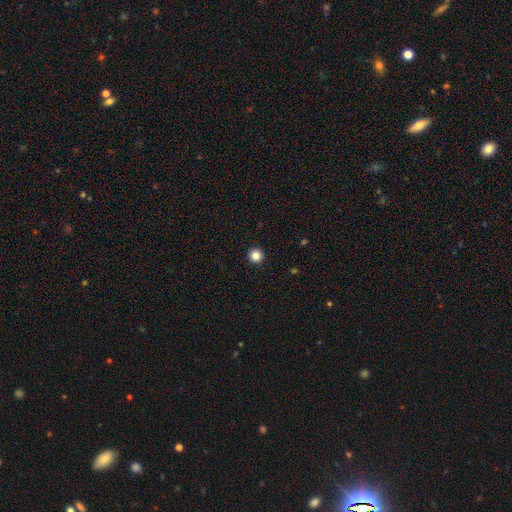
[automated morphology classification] Smooth or featured?
  - smooth: 85% *
  - star or artifact: 11%
  - featured or disk: 4%
How rounded?
  - round: 96% *
  - in between: 3%
  - cigar-shaped: 1%
Merging?
  - none: 94% *
  - minor disturbance: 4%
  - major disturbance: 1%
  - merger: 1%